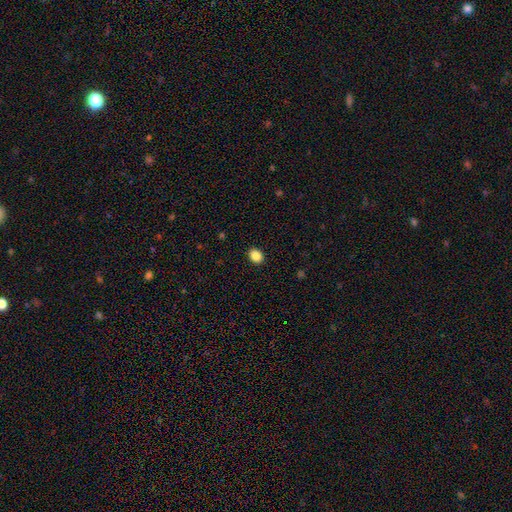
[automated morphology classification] type=smooth (87%); roundness=in between (54%); merging=none (91%).